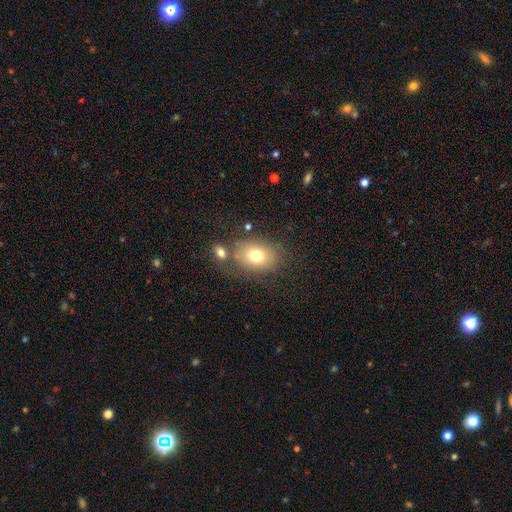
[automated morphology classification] Overall: smooth (75%). How rounded: in between (65%; round 34%). Merging: none (68%).